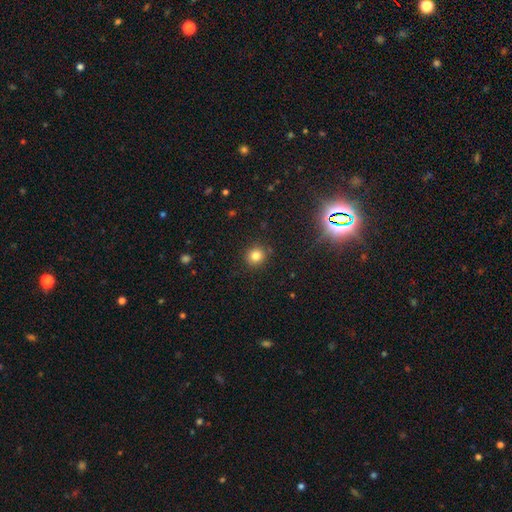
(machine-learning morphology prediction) This is clearly a smooth galaxy (80%). How rounded: clearly round (87%). Merging: clearly none (88%).